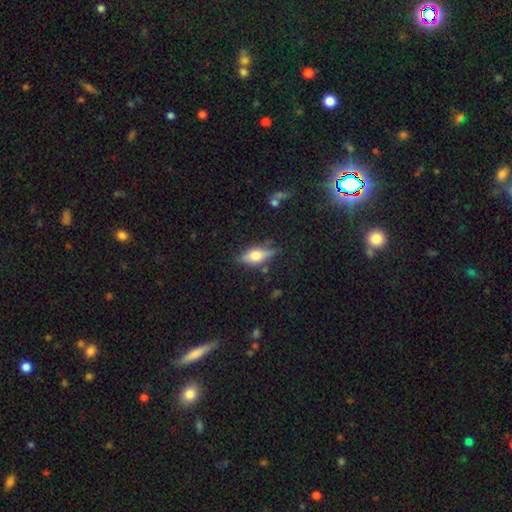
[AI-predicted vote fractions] Smooth or featured: smooth — 51% (featured or disk — 42%)
How rounded: in between — 68% (cigar-shaped — 28%)
Merging: none — 74% (minor disturbance — 18%)